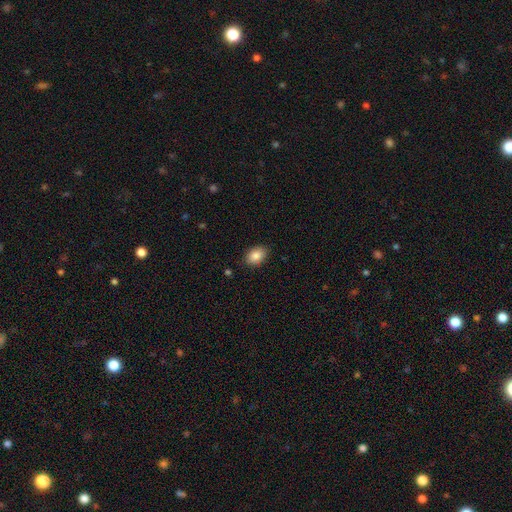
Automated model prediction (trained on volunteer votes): A smooth galaxy with no disk features (87%) that is in between round and cigar-shaped (81%).

Vote fractions:
- Smooth or featured? smooth: 87% / star or artifact: 8% / featured or disk: 6%
- How rounded? in between: 81% / round: 18% / cigar-shaped: 1%
- Merging? none: 87% / minor disturbance: 10% / major disturbance: 2% / merger: 1%